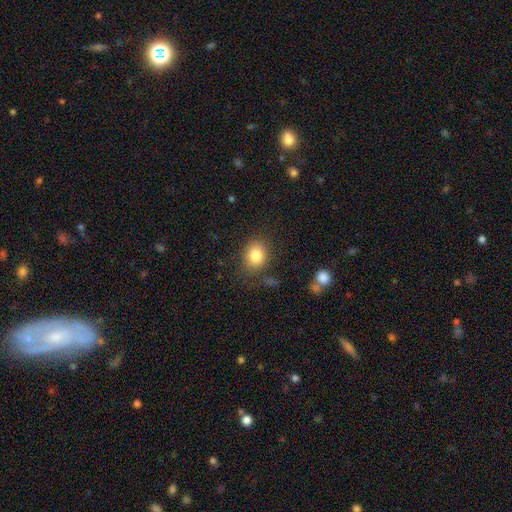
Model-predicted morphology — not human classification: A smooth galaxy with no disk features (83%) that is in between round and cigar-shaped (50%).

Vote fractions:
- Smooth or featured? smooth: 83% / star or artifact: 10% / featured or disk: 7%
- How rounded? in between: 50% / round: 49% / cigar-shaped: 1%
- Merging? none: 79% / minor disturbance: 14% / major disturbance: 5% / merger: 3%